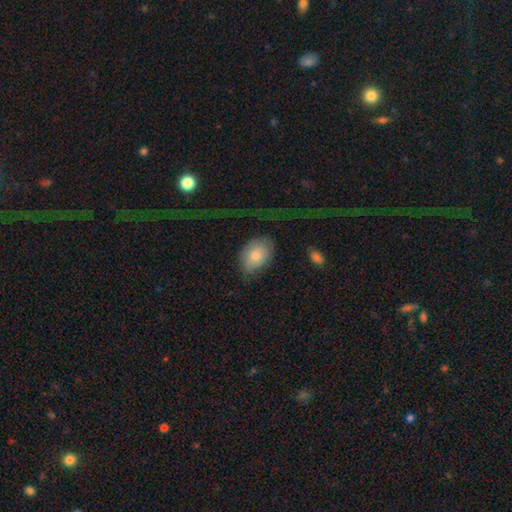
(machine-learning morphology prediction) The model was most divided on "merging": none: 52%, minor disturbance: 23%, major disturbance: 23%, merger: 2%. More confident: how rounded — in between (81%); smooth or featured — smooth (73%).